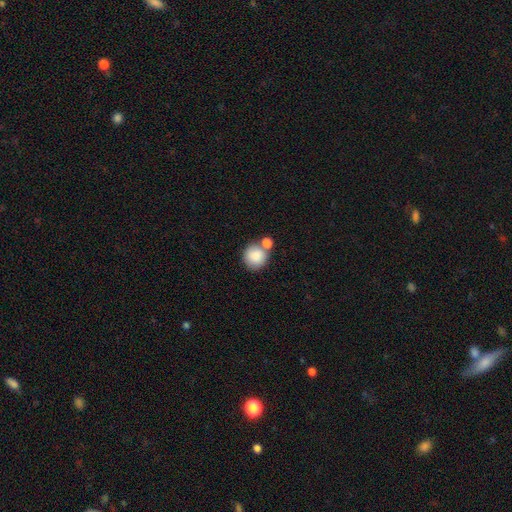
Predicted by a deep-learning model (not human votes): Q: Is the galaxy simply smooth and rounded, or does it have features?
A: smooth — 85%.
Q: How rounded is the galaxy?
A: round — 87%.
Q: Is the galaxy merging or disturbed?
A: none — 51%.